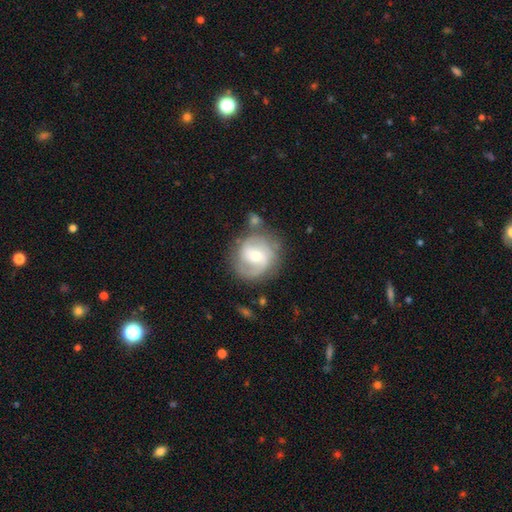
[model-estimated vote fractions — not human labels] Smooth or featured? featured or disk (72%)
Edge-on disk? no (97%)
Bar? no (48%)
Spiral arms? yes (89%)
Spiral winding? medium (44%)
Spiral arm count? 2 (61%)
Bulge size? moderate (50%)
Merging? none (65%)